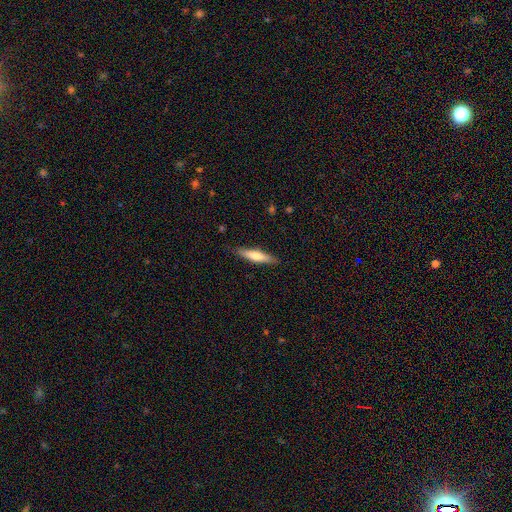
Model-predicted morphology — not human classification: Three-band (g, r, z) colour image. It shows a smooth galaxy with no disk features (55%) that is cigar-shaped (83%). Merging: none (87%).